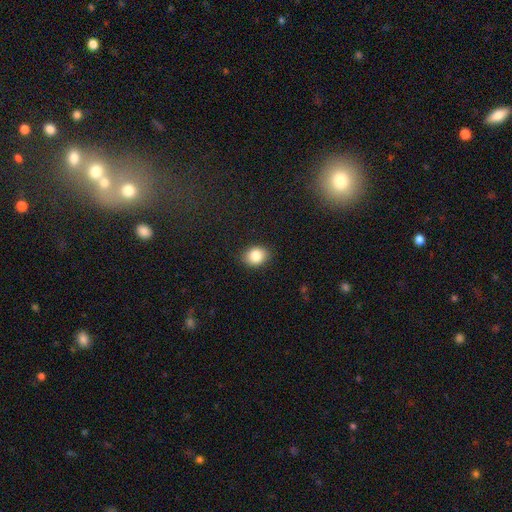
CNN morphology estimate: Overall: smooth (84%). How rounded: in between (56%; round 43%). Merging: none (87%).